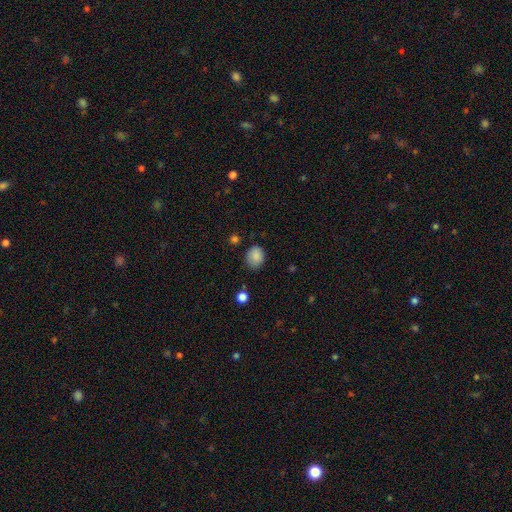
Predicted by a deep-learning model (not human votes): Smooth or featured? smooth (86%)
How rounded? round (59%)
Merging? none (72%)